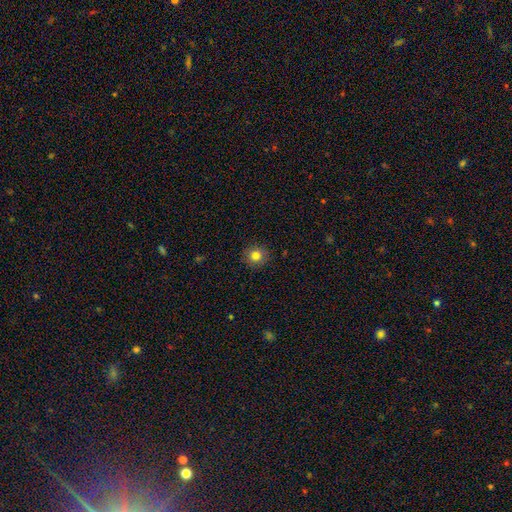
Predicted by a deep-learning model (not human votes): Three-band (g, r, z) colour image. It shows a smooth galaxy with no disk features (82%) that is round (88%). Merging: none (90%).